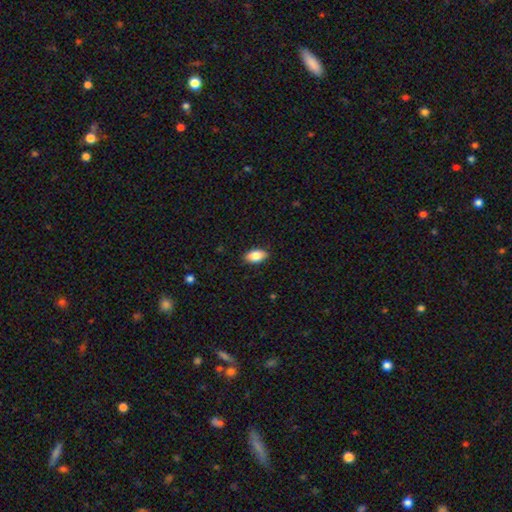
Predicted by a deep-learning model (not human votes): The model was most divided on "smooth or featured": smooth: 86%, featured or disk: 7%, star or artifact: 7%. More confident: how rounded — in between (92%); merging — none (88%).